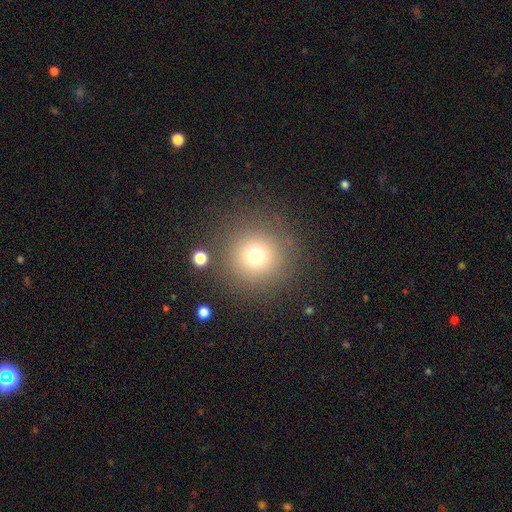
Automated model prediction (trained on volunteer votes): smooth_or_featured: smooth (p=0.72) [alt: star or artifact p=0.17]
how_rounded: round (p=0.96) [alt: in between p=0.04]
merging: none (p=0.85) [alt: minor disturbance p=0.07]